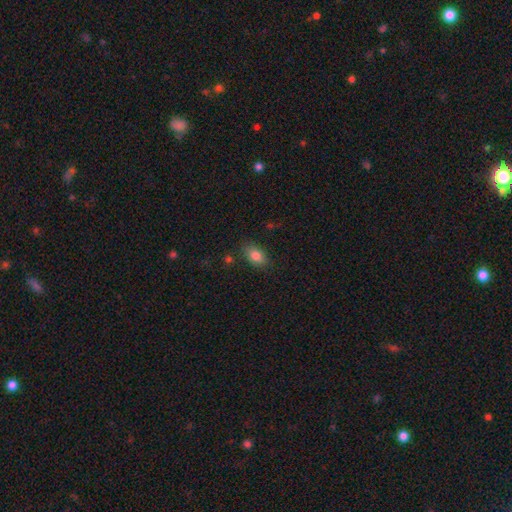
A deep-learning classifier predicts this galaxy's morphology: Smooth or featured?
  - smooth: 82% *
  - star or artifact: 9%
  - featured or disk: 9%
How rounded?
  - in between: 86% *
  - round: 11%
  - cigar-shaped: 3%
Merging?
  - none: 81% *
  - minor disturbance: 13%
  - major disturbance: 3%
  - merger: 3%